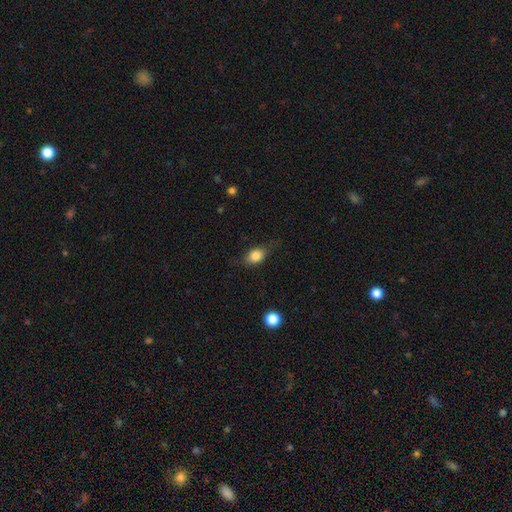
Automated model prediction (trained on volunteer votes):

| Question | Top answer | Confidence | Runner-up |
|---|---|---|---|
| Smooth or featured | smooth | 81% | featured or disk (10%) |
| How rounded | in between | 67% | round (30%) |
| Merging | none | 70% | minor disturbance (22%) |